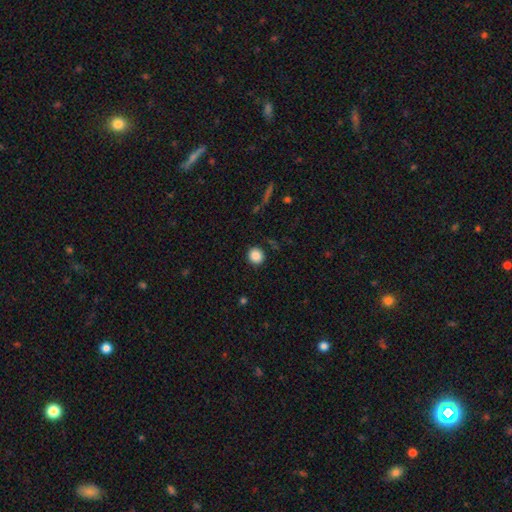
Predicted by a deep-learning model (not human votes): This is clearly a smooth galaxy (87%). How rounded: clearly round (91%). Merging: clearly none (90%).